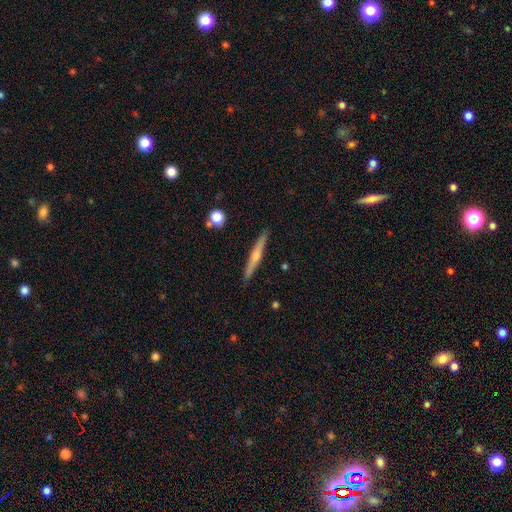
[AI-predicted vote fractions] Smooth or featured? Predicted: featured or disk (p=0.62). Edge-on disk? Predicted: yes (p=0.97). Edge-on bulge? Predicted: rounded (p=0.80). Merging? Predicted: none (p=0.91).